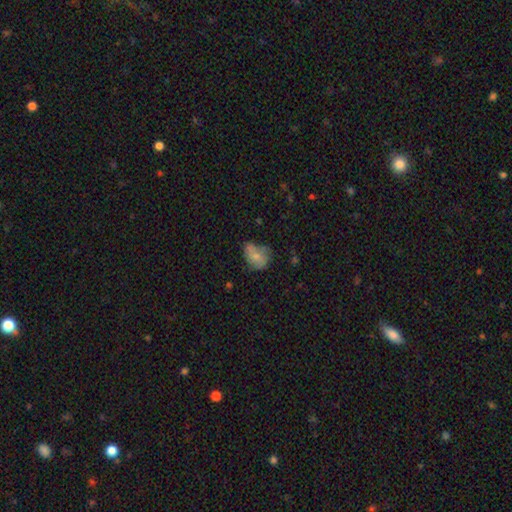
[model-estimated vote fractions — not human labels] Q: Smooth or featured?
A: smooth (67%); runner-up: featured or disk (24%)
Q: How rounded?
A: in between (63%); runner-up: round (36%)
Q: Merging?
A: none (41%); runner-up: minor disturbance (33%)